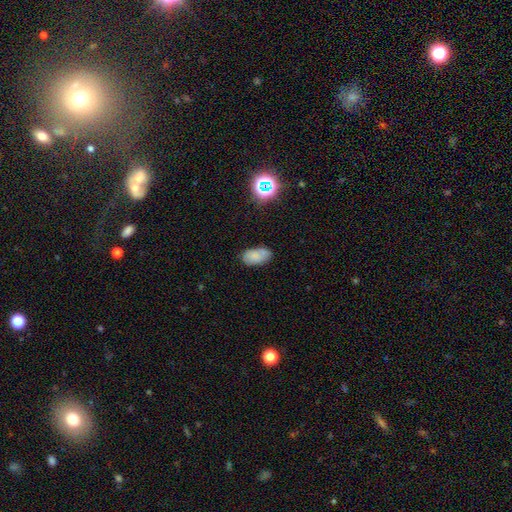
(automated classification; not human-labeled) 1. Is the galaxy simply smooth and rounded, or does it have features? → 73% smooth, 14% featured or disk, 12% star or artifact.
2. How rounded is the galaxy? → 92% in between, 6% round, 2% cigar-shaped.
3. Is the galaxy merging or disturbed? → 67% none, 22% minor disturbance, 6% merger, 6% major disturbance.